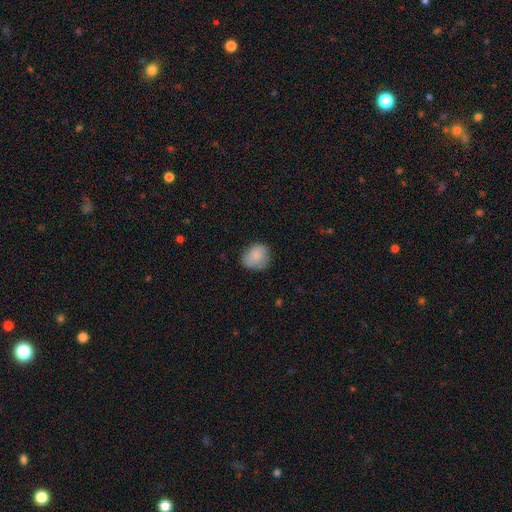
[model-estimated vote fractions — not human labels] smooth_or_featured: smooth (p=0.84) [alt: featured or disk p=0.09]
how_rounded: round (p=0.64) [alt: in between p=0.35]
merging: none (p=0.72) [alt: minor disturbance p=0.22]